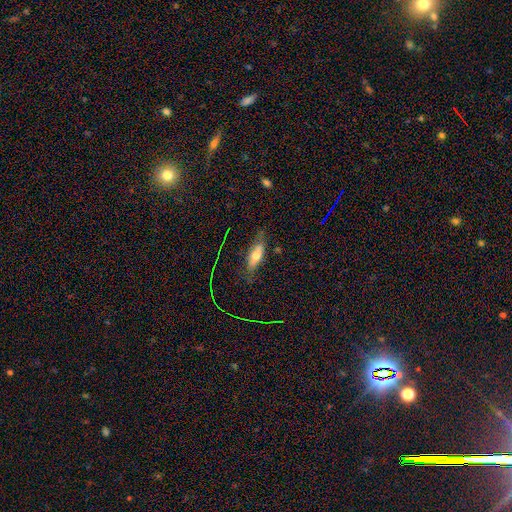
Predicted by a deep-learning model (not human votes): This is possibly a smooth galaxy (55%). How rounded: likely in between (66%). Merging: likely none (67%).